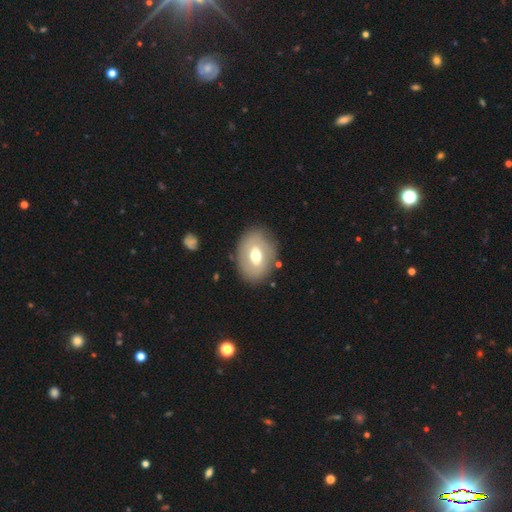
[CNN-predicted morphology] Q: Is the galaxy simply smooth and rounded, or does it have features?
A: smooth — 54%.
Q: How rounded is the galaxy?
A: in between — 77%.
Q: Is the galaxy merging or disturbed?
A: none — 81%.